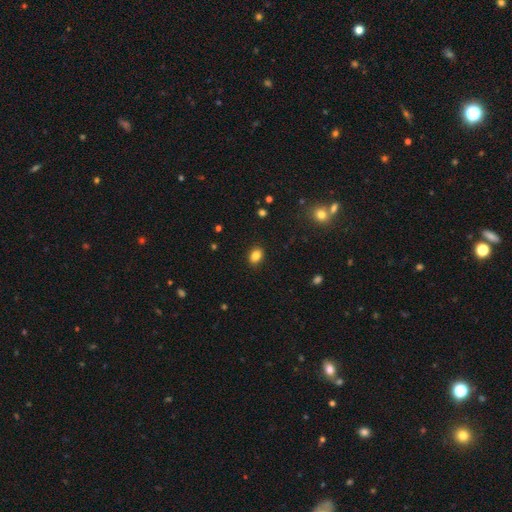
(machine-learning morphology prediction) A smooth galaxy with no disk features (85%) that is in between round and cigar-shaped (67%).

Vote fractions:
- Smooth or featured? smooth: 85% / star or artifact: 10% / featured or disk: 5%
- How rounded? in between: 67% / round: 31% / cigar-shaped: 1%
- Merging? none: 89% / minor disturbance: 8% / major disturbance: 2% / merger: 1%